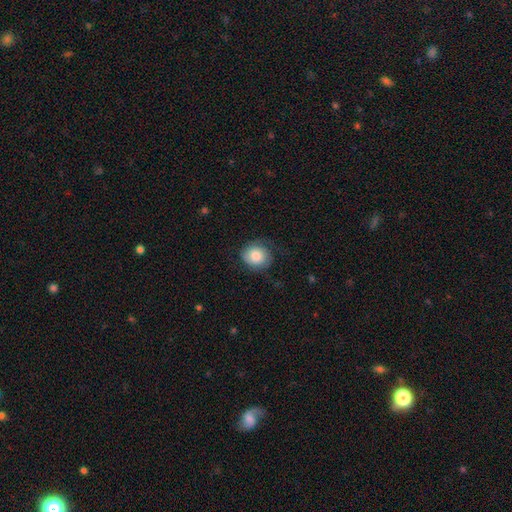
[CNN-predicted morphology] Smooth or featured?
  - smooth: 73% *
  - featured or disk: 20%
  - star or artifact: 7%
How rounded?
  - round: 78% *
  - in between: 21%
  - cigar-shaped: 1%
Merging?
  - none: 63% *
  - minor disturbance: 24%
  - major disturbance: 12%
  - merger: 1%